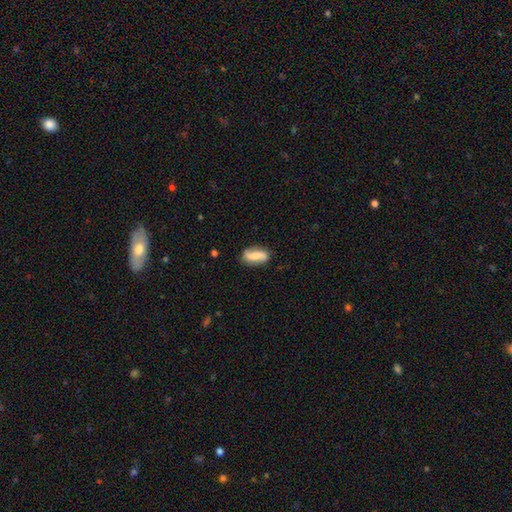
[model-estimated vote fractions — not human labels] smooth_or_featured: smooth (p=0.54) [alt: featured or disk p=0.38]
how_rounded: in between (p=0.78) [alt: cigar-shaped p=0.17]
merging: none (p=0.76) [alt: minor disturbance p=0.18]